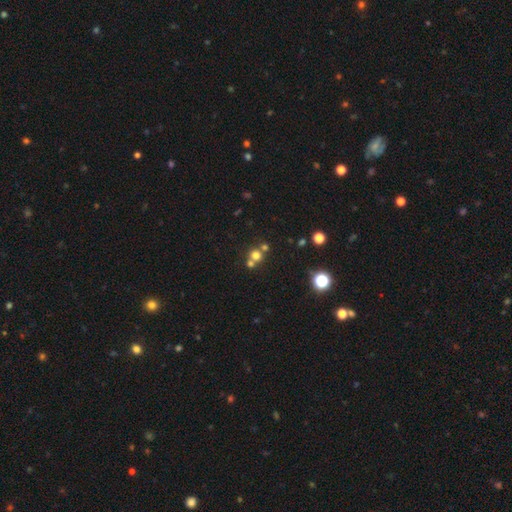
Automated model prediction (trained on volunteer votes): A smooth galaxy with no disk features (66%) that is round (89%).

Vote fractions:
- Smooth or featured? smooth: 66% / star or artifact: 21% / featured or disk: 12%
- How rounded? round: 89% / in between: 10% / cigar-shaped: 1%
- Merging? none: 51% / merger: 40% / minor disturbance: 6% / major disturbance: 3%